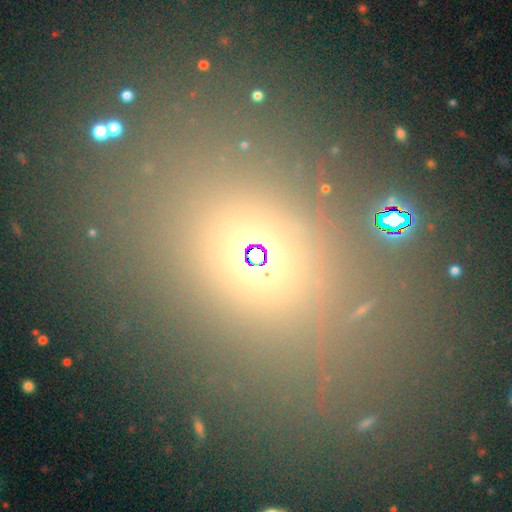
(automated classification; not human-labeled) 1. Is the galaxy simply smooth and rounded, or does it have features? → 48% smooth, 41% star or artifact, 11% featured or disk.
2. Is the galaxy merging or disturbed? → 78% none, 9% minor disturbance, 8% merger, 5% major disturbance.